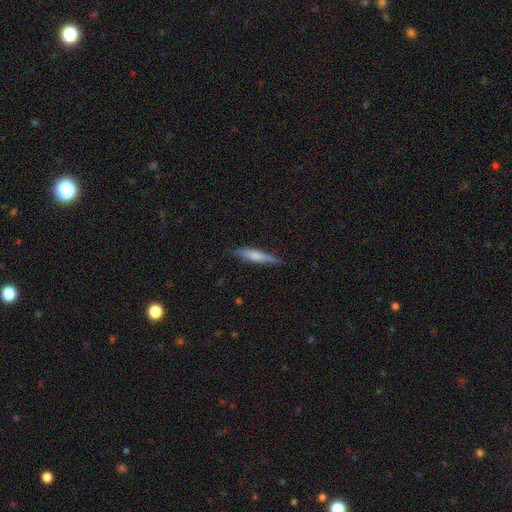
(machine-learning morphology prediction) A smooth galaxy with no disk features (69%) that is cigar-shaped (85%).

Vote fractions:
- Smooth or featured? smooth: 69% / featured or disk: 26% / star or artifact: 6%
- How rounded? cigar-shaped: 85% / in between: 13% / round: 1%
- Merging? none: 78% / minor disturbance: 18% / major disturbance: 3% / merger: 1%